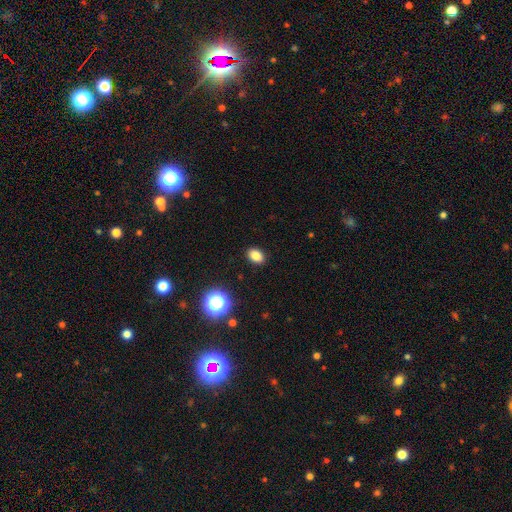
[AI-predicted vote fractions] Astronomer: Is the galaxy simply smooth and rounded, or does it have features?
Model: smooth — 83%.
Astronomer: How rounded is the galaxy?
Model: in between — 77%.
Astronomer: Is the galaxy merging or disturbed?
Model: none — 90%.